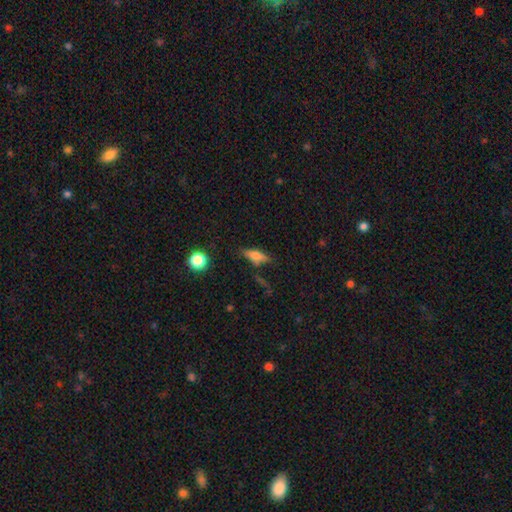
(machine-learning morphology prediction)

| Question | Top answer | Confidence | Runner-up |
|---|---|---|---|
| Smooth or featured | smooth | 55% | featured or disk (33%) |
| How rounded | in between | 49% | cigar-shaped (45%) |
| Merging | none | 68% | minor disturbance (18%) |